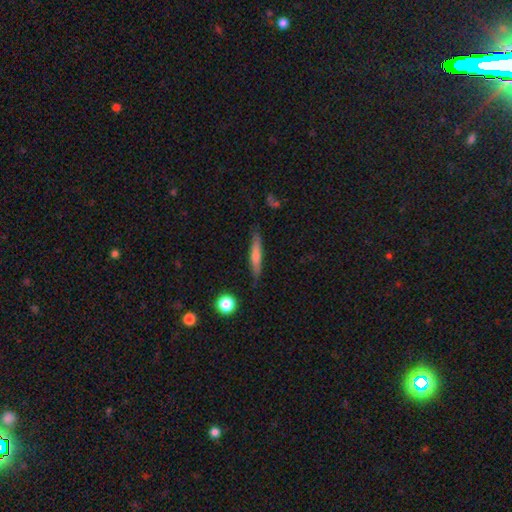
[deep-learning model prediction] This appears to be a smooth galaxy with no disk features (54%) that is cigar-shaped (91%). Merging: none (84%).